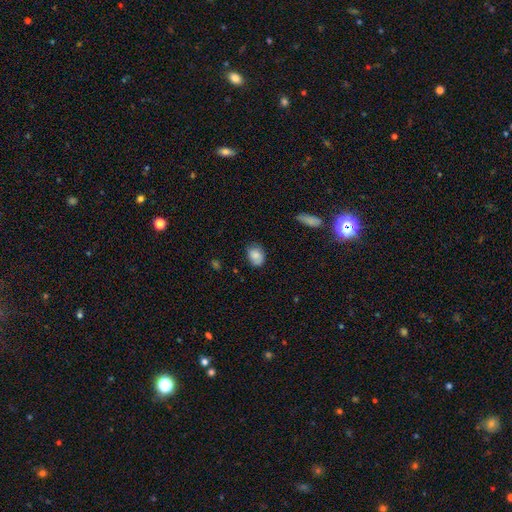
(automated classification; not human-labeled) The model was most divided on "how rounded": in between: 68%, round: 30%, cigar-shaped: 1%. More confident: smooth or featured — smooth (81%); merging — none (66%).